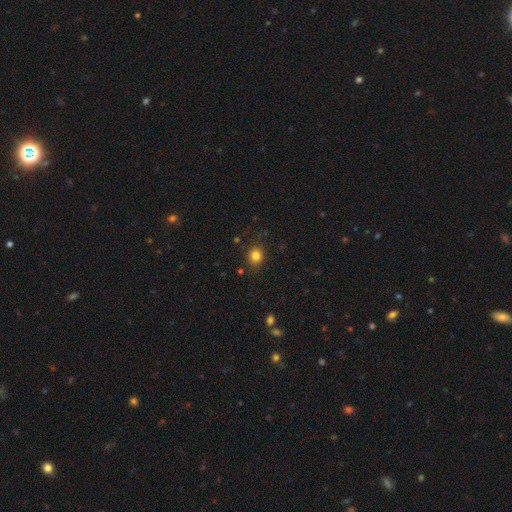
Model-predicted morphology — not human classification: smooth-or-featured: smooth: 82% | star or artifact: 13% | featured or disk: 6%
  how-rounded: round: 78% | in between: 21% | cigar-shaped: 1%
  merging: none: 85% | minor disturbance: 10% | major disturbance: 3% | merger: 2%